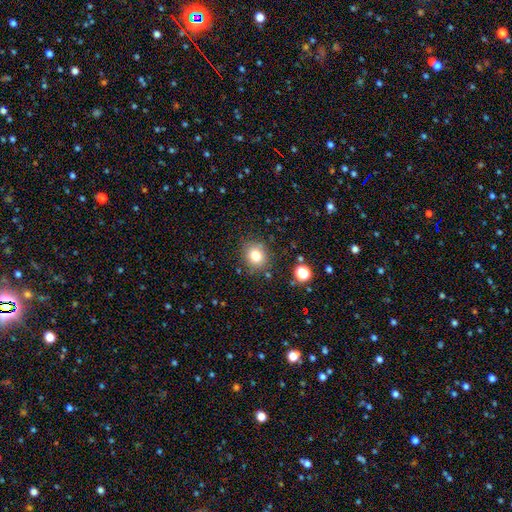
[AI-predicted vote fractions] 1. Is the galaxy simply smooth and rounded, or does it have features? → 79% smooth, 13% star or artifact, 8% featured or disk.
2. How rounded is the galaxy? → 73% round, 26% in between, 1% cigar-shaped.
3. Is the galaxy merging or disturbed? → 82% none, 11% minor disturbance, 4% major disturbance, 3% merger.